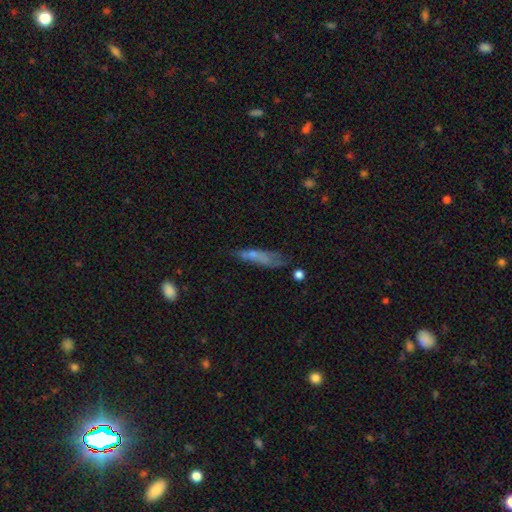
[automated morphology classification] Smooth or featured? Predicted: smooth (p=0.58). How rounded? Predicted: cigar-shaped (p=0.73). Merging? Predicted: none (p=0.45).